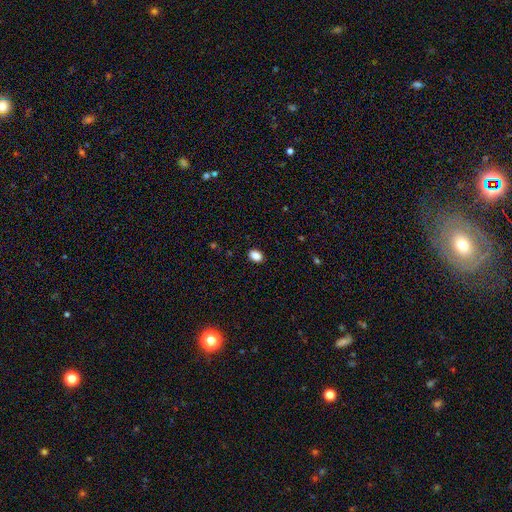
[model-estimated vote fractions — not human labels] Q: Smooth or featured?
A: smooth (88%); runner-up: star or artifact (9%)
Q: How rounded?
A: in between (76%); runner-up: round (23%)
Q: Merging?
A: none (89%); runner-up: minor disturbance (8%)